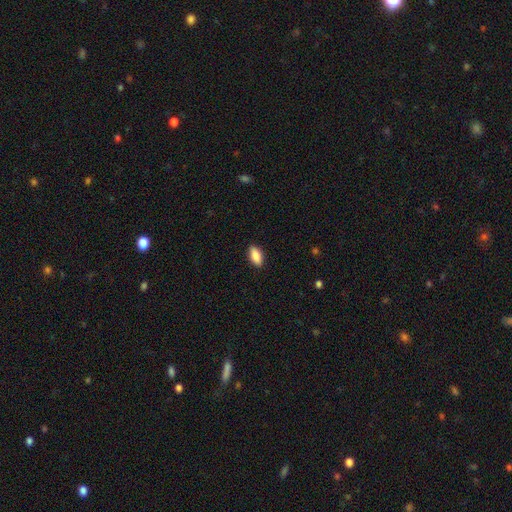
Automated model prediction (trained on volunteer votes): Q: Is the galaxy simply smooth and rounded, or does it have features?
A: smooth — 87%.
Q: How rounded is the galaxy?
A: in between — 89%.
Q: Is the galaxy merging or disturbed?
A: none — 90%.